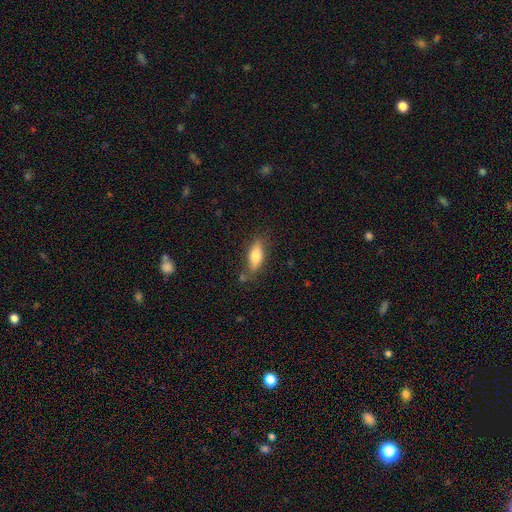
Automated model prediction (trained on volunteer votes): smooth-or-featured: smooth: 74% | featured or disk: 19% | star or artifact: 7%
  how-rounded: in between: 69% | cigar-shaped: 28% | round: 3%
  merging: none: 73% | minor disturbance: 18% | merger: 5% | major disturbance: 4%